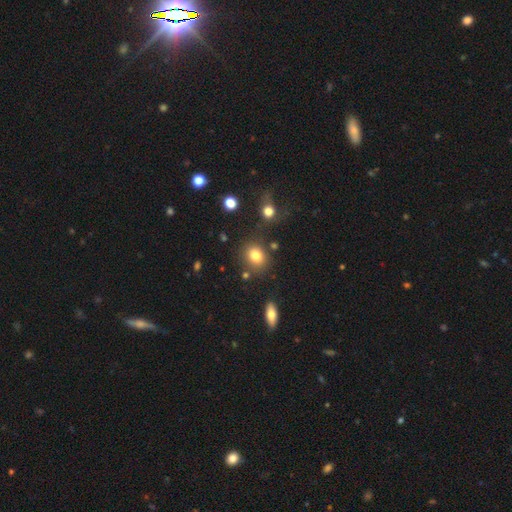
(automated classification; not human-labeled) This appears to be a smooth galaxy with no disk features (81%) that is round (65%). Merging: none (78%).